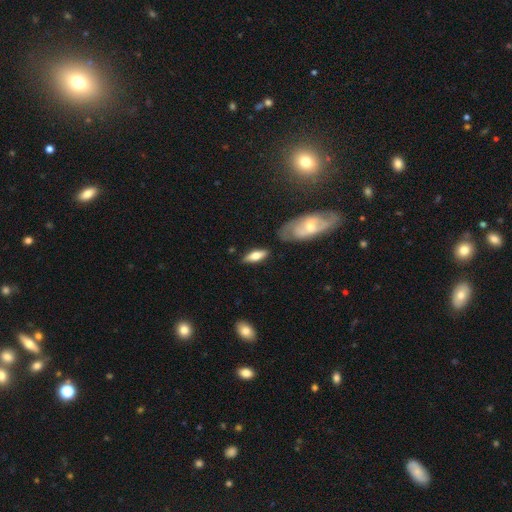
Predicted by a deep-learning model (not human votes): Smooth or featured: smooth — 62% (featured or disk — 32%)
How rounded: in between — 65% (cigar-shaped — 33%)
Merging: none — 78% (minor disturbance — 15%)